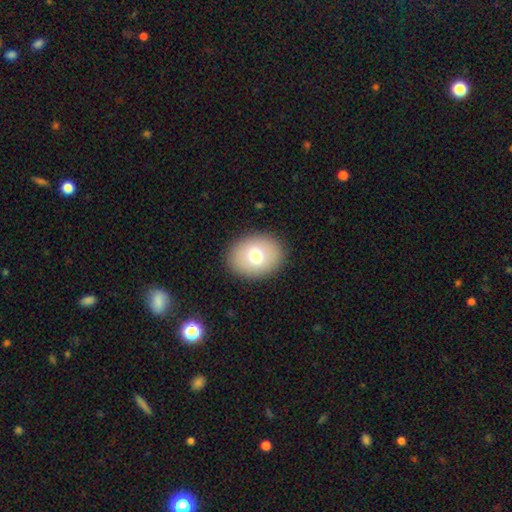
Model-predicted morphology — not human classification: The model was most divided on "how rounded": in between: 55%, round: 44%, cigar-shaped: 1%. More confident: merging — none (90%); smooth or featured — smooth (73%).